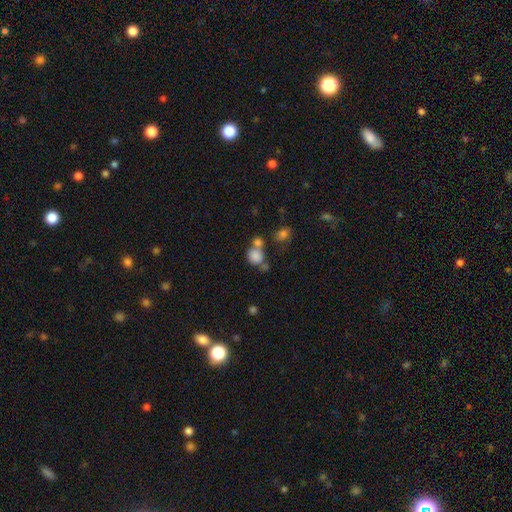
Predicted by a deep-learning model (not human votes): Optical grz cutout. It shows a smooth galaxy with no disk features (82%) that is round (77%). Merging: none (43%).